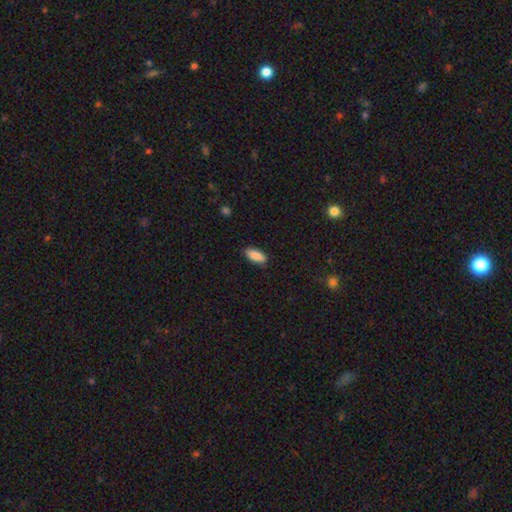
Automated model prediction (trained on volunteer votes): smooth 89%, star or artifact 7%, featured or disk 4%. Down the decision tree: how rounded — in between (83%); merging — none (86%).